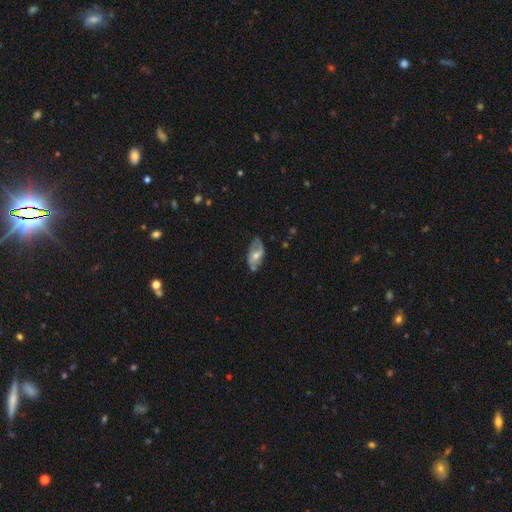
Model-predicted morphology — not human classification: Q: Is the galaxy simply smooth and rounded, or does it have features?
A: featured or disk — 63%.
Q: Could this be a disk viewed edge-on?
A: no — 90%.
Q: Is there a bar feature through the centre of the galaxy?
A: no — 51%.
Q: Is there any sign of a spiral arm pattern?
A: yes — 68%.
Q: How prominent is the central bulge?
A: moderate — 63%.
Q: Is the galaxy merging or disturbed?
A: none — 63%.